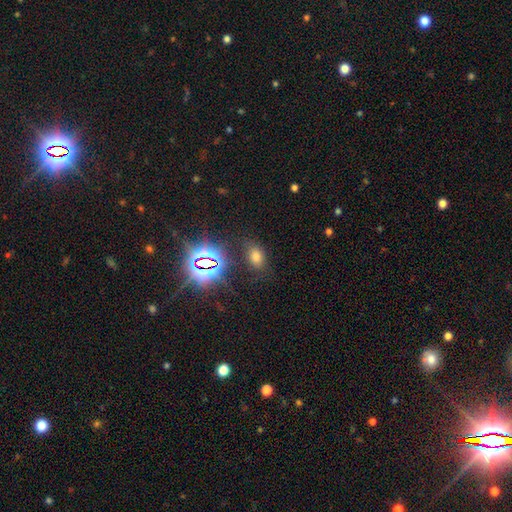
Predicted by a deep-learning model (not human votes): smooth_or_featured: smooth (p=0.61) [alt: star or artifact p=0.30]
how_rounded: in between (p=0.82) [alt: round p=0.16]
merging: none (p=0.80) [alt: minor disturbance p=0.12]